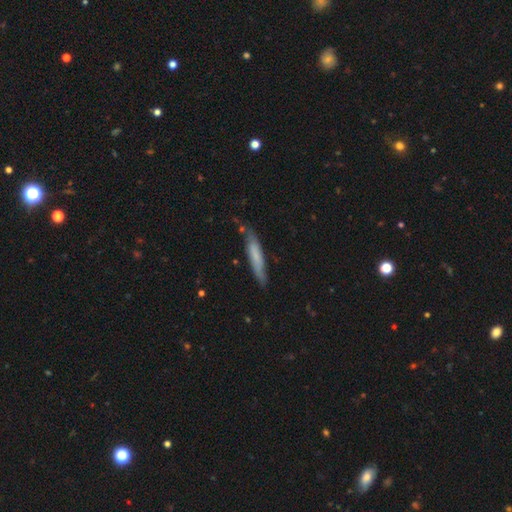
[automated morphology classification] This is possibly a smooth galaxy (60%). How rounded: clearly cigar-shaped (89%). Merging: likely none (73%).